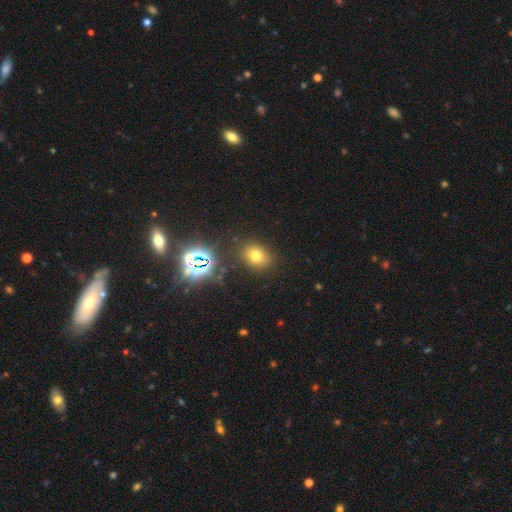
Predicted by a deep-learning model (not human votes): Smooth or featured?
  - smooth: 66% *
  - star or artifact: 24%
  - featured or disk: 10%
How rounded?
  - in between: 50% *
  - round: 49%
  - cigar-shaped: 1%
Merging?
  - none: 84% *
  - minor disturbance: 9%
  - major disturbance: 4%
  - merger: 3%